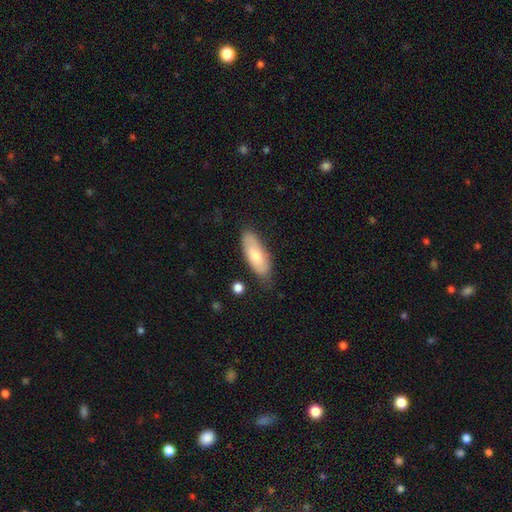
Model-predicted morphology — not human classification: Q: Smooth or featured?
A: smooth (75%); runner-up: featured or disk (20%)
Q: How rounded?
A: in between (74%); runner-up: cigar-shaped (25%)
Q: Merging?
A: none (74%); runner-up: minor disturbance (20%)